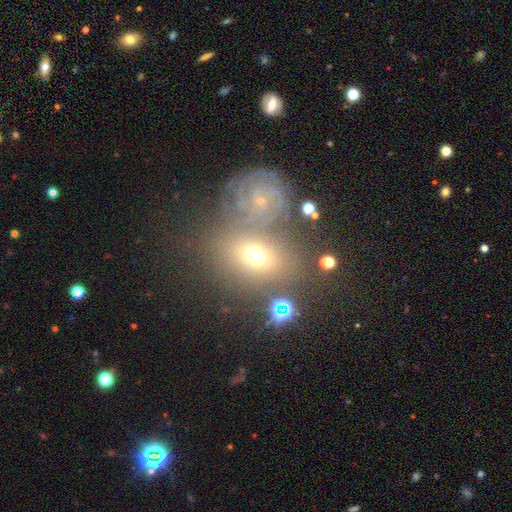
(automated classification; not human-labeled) Smooth or featured?
  - smooth: 44% *
  - featured or disk: 37%
  - star or artifact: 18%
Merging?
  - none: 59% *
  - merger: 21%
  - minor disturbance: 13%
  - major disturbance: 7%